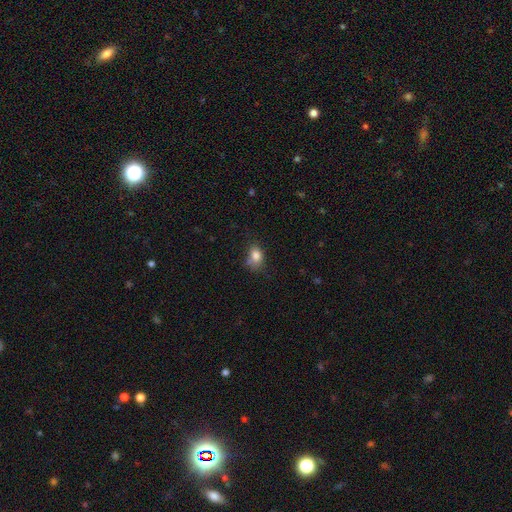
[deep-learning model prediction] Smooth or featured? smooth (81%)
How rounded? in between (65%)
Merging? none (52%)